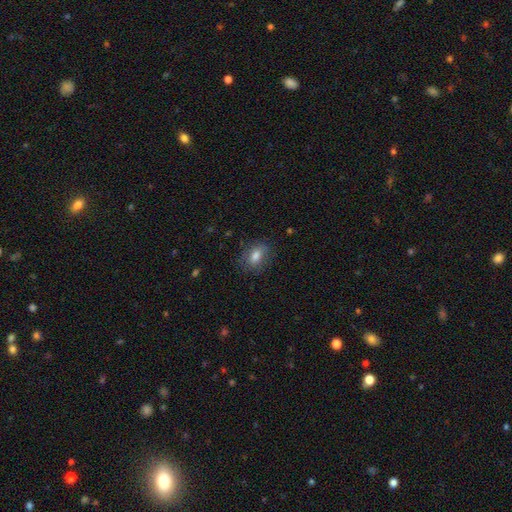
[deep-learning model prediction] Smooth or featured?
  - smooth: 78% *
  - featured or disk: 13%
  - star or artifact: 9%
How rounded?
  - in between: 79% *
  - round: 19%
  - cigar-shaped: 3%
Merging?
  - none: 77% *
  - minor disturbance: 16%
  - major disturbance: 5%
  - merger: 1%